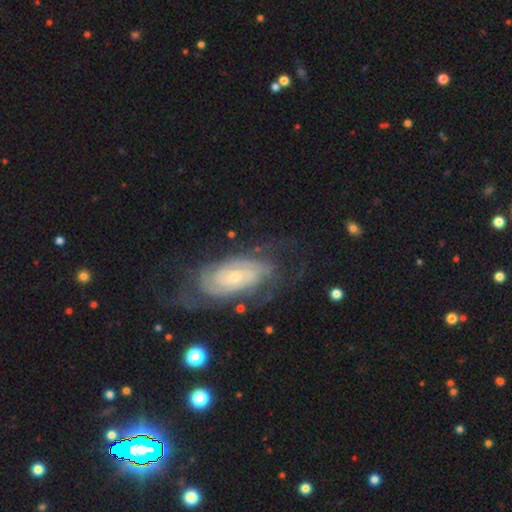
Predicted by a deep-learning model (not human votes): smooth_or_featured: featured or disk (p=0.77) [alt: smooth p=0.13]
disk_edge_on: no (p=0.92) [alt: yes p=0.08]
bar: no (p=0.73) [alt: weak p=0.21]
has_spiral_arms: yes (p=0.91) [alt: no p=0.09]
spiral_winding: tight (p=0.67) [alt: medium p=0.25]
spiral_arm_count: can't tell (p=0.47) [alt: 2 p=0.25]
bulge_size: small (p=0.71) [alt: moderate p=0.23]
merging: none (p=0.72) [alt: minor disturbance p=0.16]